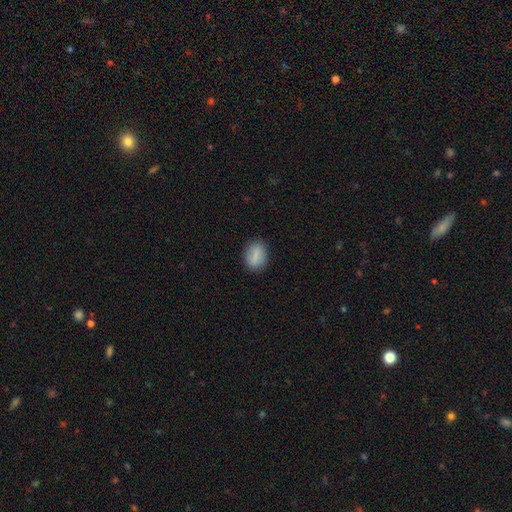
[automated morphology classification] smooth 80%, featured or disk 12%, star or artifact 8%. Down the decision tree: how rounded — in between (71%); merging — none (86%).